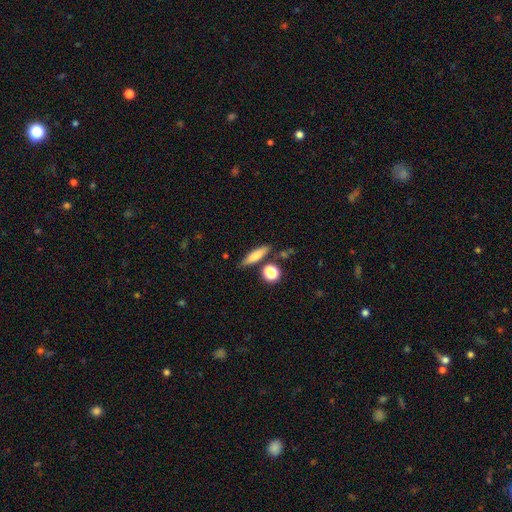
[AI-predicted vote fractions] Smooth or featured? Predicted: smooth (p=0.72). How rounded? Predicted: cigar-shaped (p=0.67). Merging? Predicted: none (p=0.75).